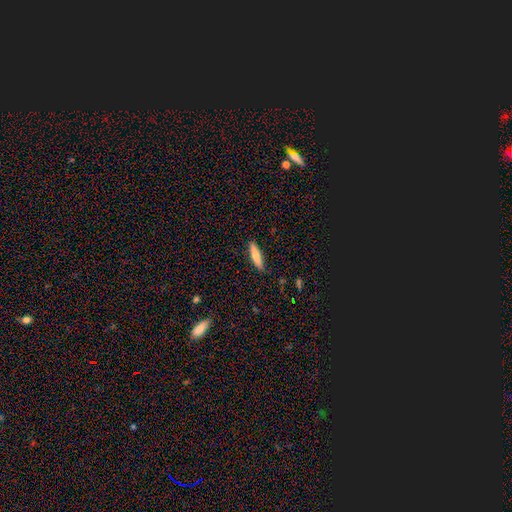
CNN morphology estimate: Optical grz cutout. It shows a smooth galaxy with no disk features (74%) that is cigar-shaped (79%). Merging: none (88%).